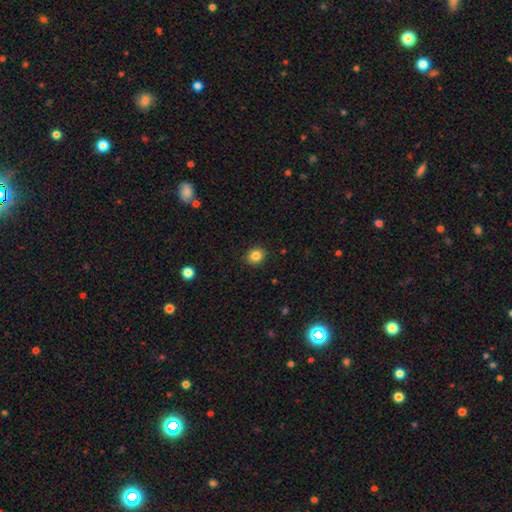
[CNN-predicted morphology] Smooth or featured: smooth — 84% (star or artifact — 11%)
How rounded: round — 76% (in between — 23%)
Merging: none — 90% (minor disturbance — 7%)